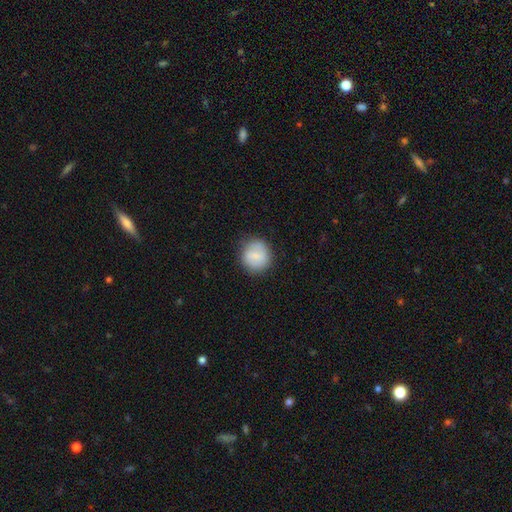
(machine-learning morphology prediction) Smooth or featured: smooth — 76% (featured or disk — 17%)
How rounded: round — 89% (in between — 10%)
Merging: none — 80% (minor disturbance — 14%)